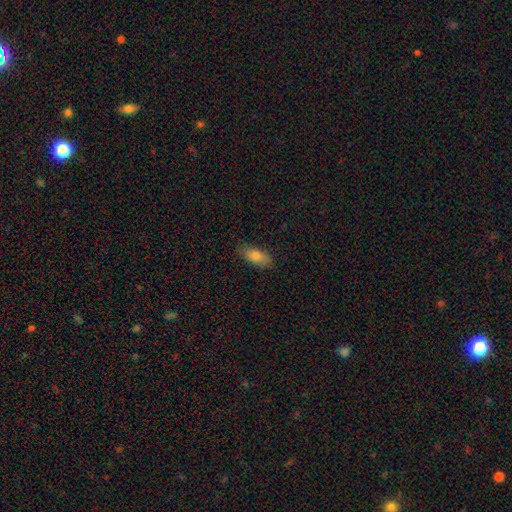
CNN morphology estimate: Smooth or featured?
  - smooth: 82% *
  - featured or disk: 10%
  - star or artifact: 8%
How rounded?
  - in between: 83% *
  - cigar-shaped: 14%
  - round: 3%
Merging?
  - none: 84% *
  - minor disturbance: 12%
  - major disturbance: 3%
  - merger: 1%